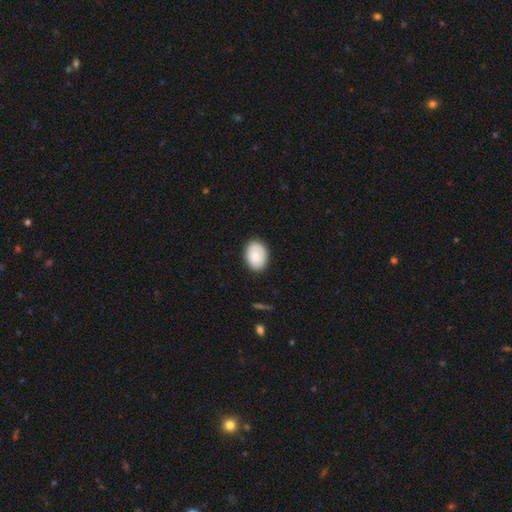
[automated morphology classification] This appears to be a smooth galaxy with no disk features (80%) that is in between round and cigar-shaped (76%). Merging: none (84%).